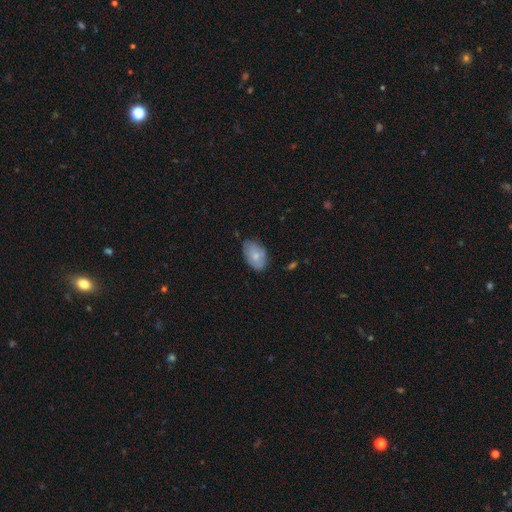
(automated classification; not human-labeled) This appears to be a smooth galaxy with no disk features (72%) that is in between round and cigar-shaped (90%). Merging: none (63%).